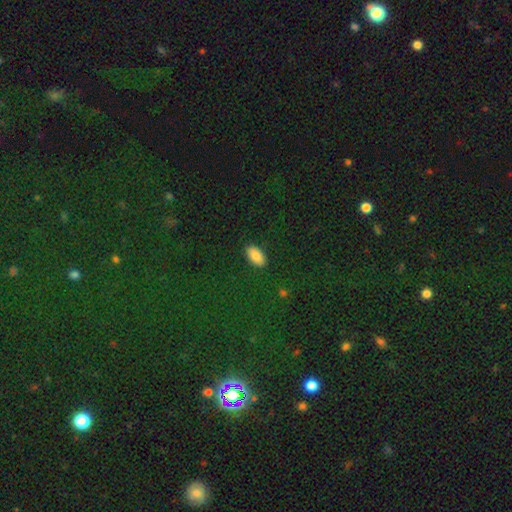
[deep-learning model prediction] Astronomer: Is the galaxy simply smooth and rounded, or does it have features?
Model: smooth — 86%.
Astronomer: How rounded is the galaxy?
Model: in between — 94%.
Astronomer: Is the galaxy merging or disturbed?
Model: none — 89%.